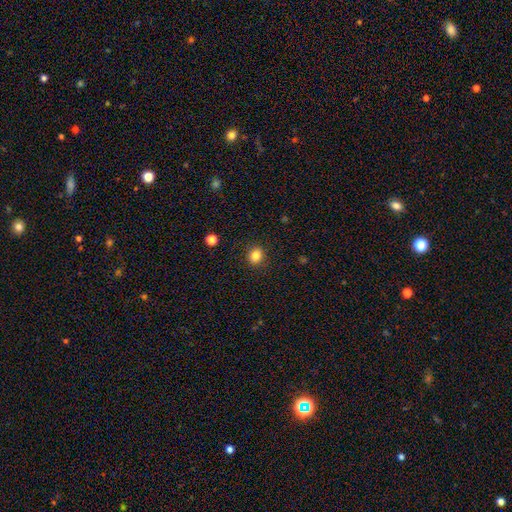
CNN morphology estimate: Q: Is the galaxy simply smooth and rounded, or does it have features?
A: smooth — 83%.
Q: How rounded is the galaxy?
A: round — 71%.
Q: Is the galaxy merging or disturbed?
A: none — 90%.